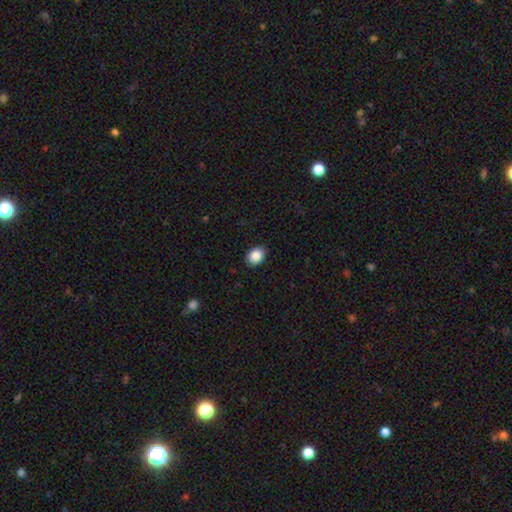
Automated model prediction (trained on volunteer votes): This is clearly a smooth galaxy (87%). How rounded: likely in between (66%). Merging: clearly none (89%).